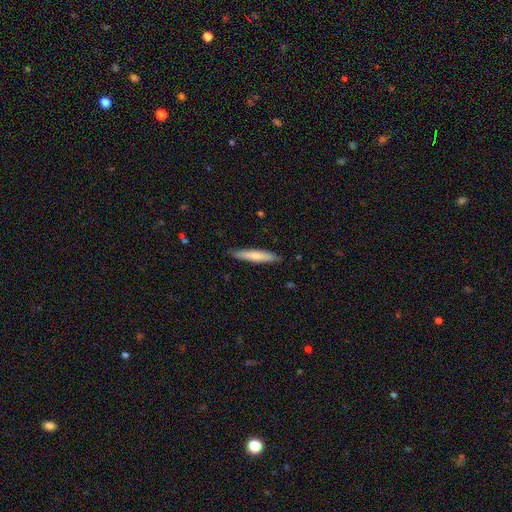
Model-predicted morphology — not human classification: Q: Smooth or featured?
A: smooth (68%); runner-up: featured or disk (27%)
Q: How rounded?
A: cigar-shaped (91%); runner-up: in between (8%)
Q: Merging?
A: none (87%); runner-up: minor disturbance (10%)